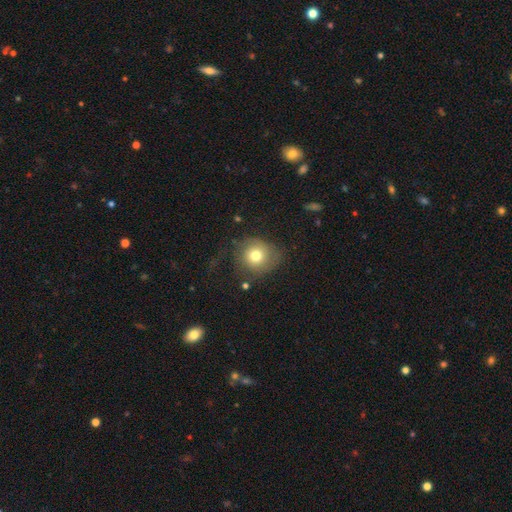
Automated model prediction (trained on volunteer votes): This appears to be a smooth galaxy with no disk features (71%) that is round (85%). Merging: none (59%).